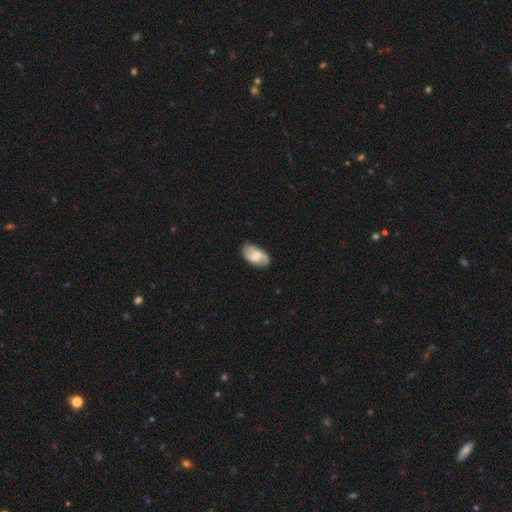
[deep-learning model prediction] This is possibly a featured or disk galaxy (59%). It is clearly not viewed edge-on (95%). Bar: marginally weak (45%, tied with no). Spiral arm pattern: clearly yes (90%). Spiral arm count: clearly 2 (81%). Spiral winding: marginally medium (43%). Central bulge: marginally moderate (41%). Merging: likely none (78%).